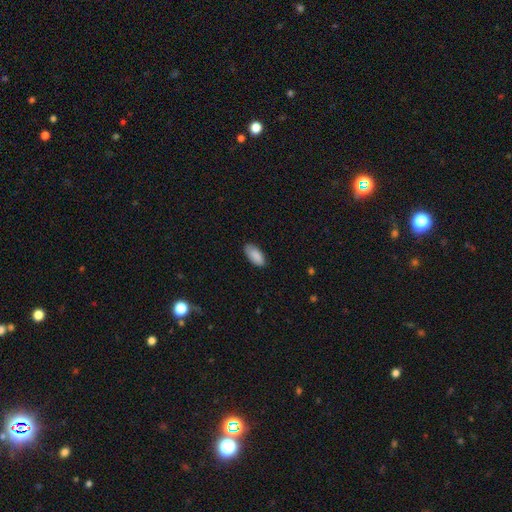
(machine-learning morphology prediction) Smooth or featured? Predicted: smooth (p=0.88). How rounded? Predicted: in between (p=0.94). Merging? Predicted: none (p=0.81).